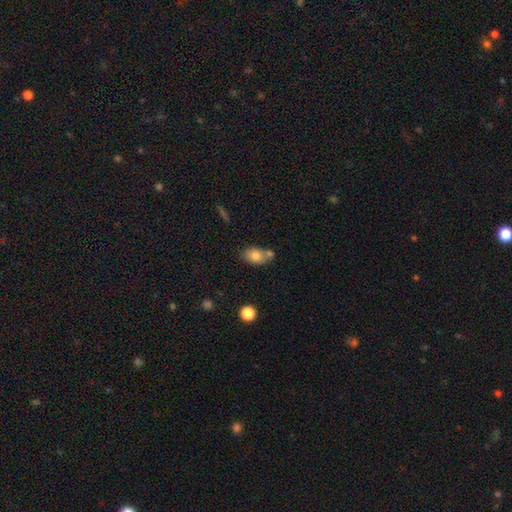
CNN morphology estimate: The model was most divided on "merging": none: 49%, merger: 31%, minor disturbance: 15%, major disturbance: 4%. More confident: how rounded — in between (81%); smooth or featured — smooth (77%).